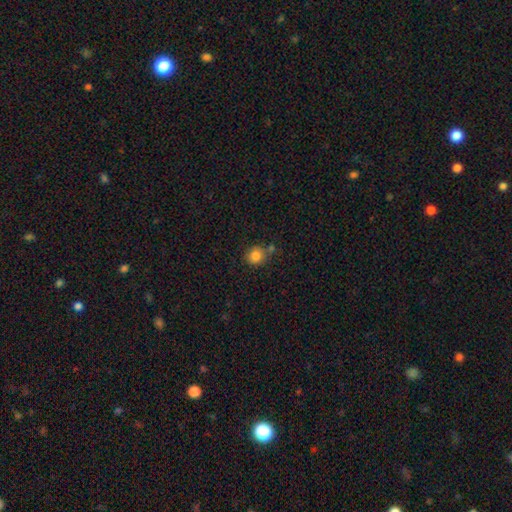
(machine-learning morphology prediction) Overall: smooth (85%). How rounded: round (83%). Merging: none (70%).